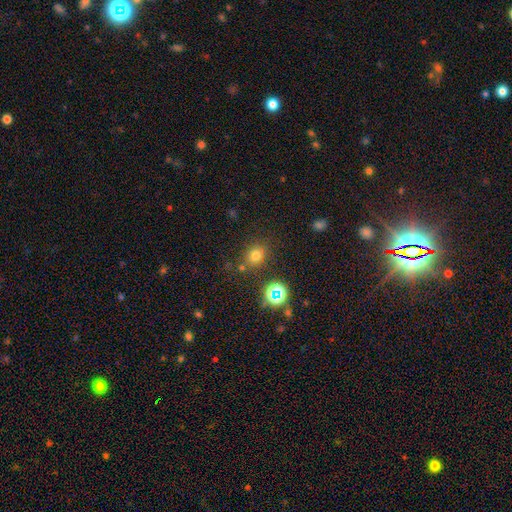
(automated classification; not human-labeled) A smooth galaxy with no disk features (69%) that is round (72%).

Vote fractions:
- Smooth or featured? smooth: 69% / star or artifact: 23% / featured or disk: 8%
- How rounded? round: 72% / in between: 27% / cigar-shaped: 1%
- Merging? none: 76% / minor disturbance: 12% / merger: 7% / major disturbance: 5%